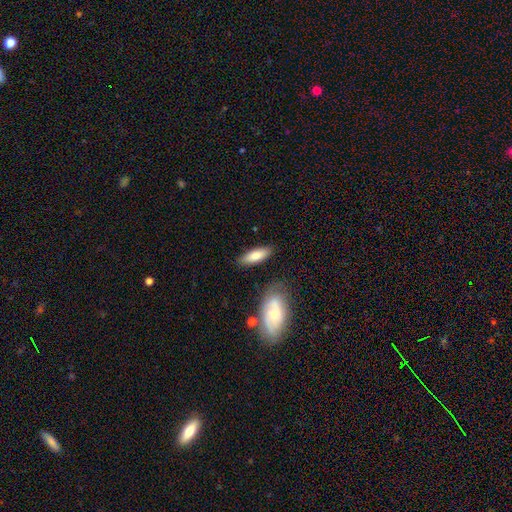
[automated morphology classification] A smooth galaxy with no disk features (78%) that is in between round and cigar-shaped (59%).

Vote fractions:
- Smooth or featured? smooth: 78% / featured or disk: 16% / star or artifact: 6%
- How rounded? in between: 59% / cigar-shaped: 39% / round: 2%
- Merging? none: 79% / minor disturbance: 13% / merger: 4% / major disturbance: 3%